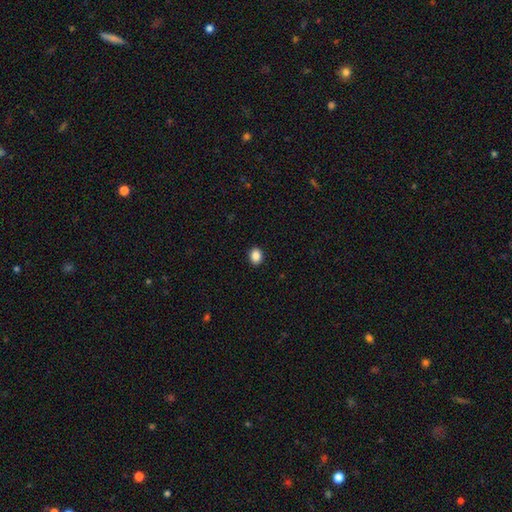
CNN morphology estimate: smooth 88%, star or artifact 9%, featured or disk 3%. Down the decision tree: how rounded — in between (50%); merging — none (92%).